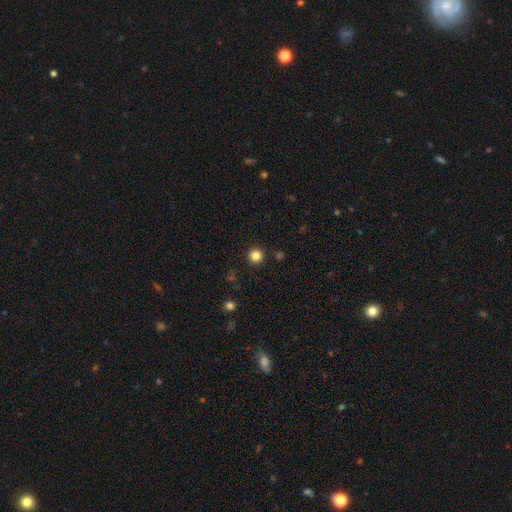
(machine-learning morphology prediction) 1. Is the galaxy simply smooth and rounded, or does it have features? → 84% smooth, 13% star or artifact, 4% featured or disk.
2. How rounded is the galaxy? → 96% round, 3% in between, 1% cigar-shaped.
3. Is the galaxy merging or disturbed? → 92% none, 5% minor disturbance, 2% major disturbance, 1% merger.